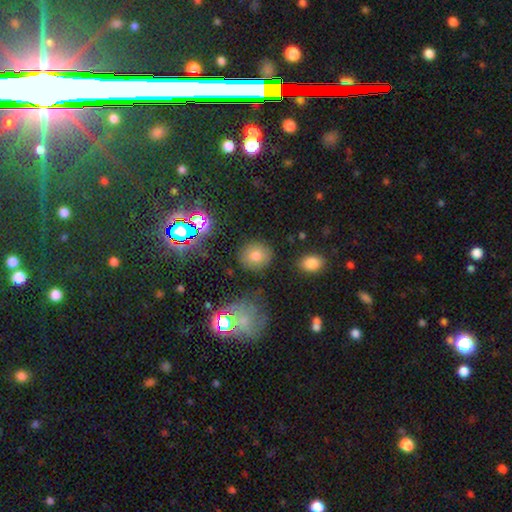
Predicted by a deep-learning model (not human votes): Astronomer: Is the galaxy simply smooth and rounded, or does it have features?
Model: smooth — 73%.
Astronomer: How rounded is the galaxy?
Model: round — 79%.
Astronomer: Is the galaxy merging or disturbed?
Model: none — 84%.